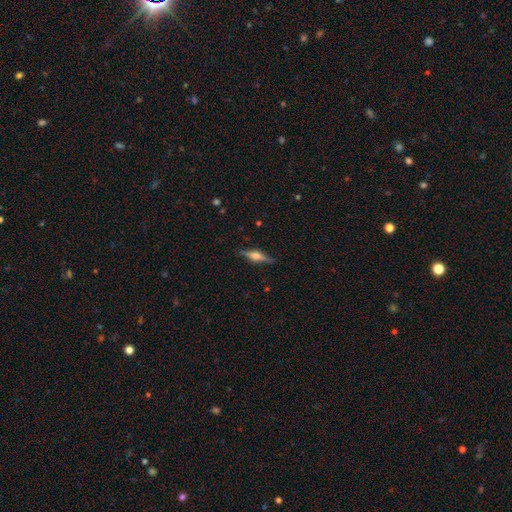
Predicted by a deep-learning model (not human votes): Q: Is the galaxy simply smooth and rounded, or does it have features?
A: featured or disk — 69%.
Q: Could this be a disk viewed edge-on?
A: yes — 97%.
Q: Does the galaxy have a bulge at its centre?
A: rounded — 84%.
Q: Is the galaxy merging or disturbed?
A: none — 86%.